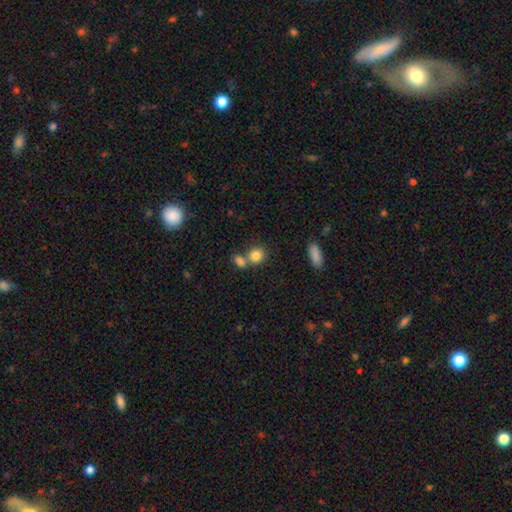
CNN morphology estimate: A smooth galaxy with no disk features (83%) that is round (71%). Merging: none (50%).